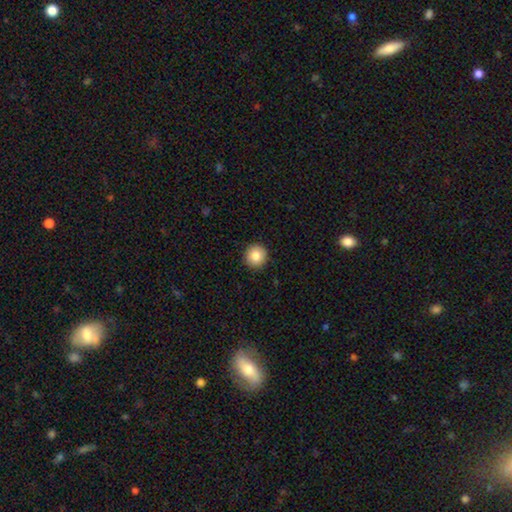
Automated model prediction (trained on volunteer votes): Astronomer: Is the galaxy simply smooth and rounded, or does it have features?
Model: smooth — 84%.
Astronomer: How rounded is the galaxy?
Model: round — 94%.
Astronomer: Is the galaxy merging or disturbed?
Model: none — 92%.